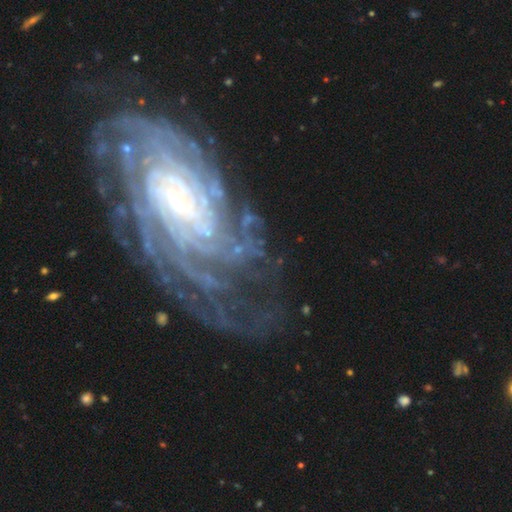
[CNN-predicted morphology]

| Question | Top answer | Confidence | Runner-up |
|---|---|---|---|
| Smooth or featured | featured or disk | 88% | star or artifact (7%) |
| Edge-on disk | no | 95% | yes (5%) |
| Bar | no | 59% | weak (27%) |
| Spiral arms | yes | 98% | no (2%) |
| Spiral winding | tight | 78% | medium (18%) |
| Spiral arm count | more than 4 | 35% | can't tell (23%) |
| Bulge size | small | 71% | moderate (19%) |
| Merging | none | 70% | minor disturbance (16%) |